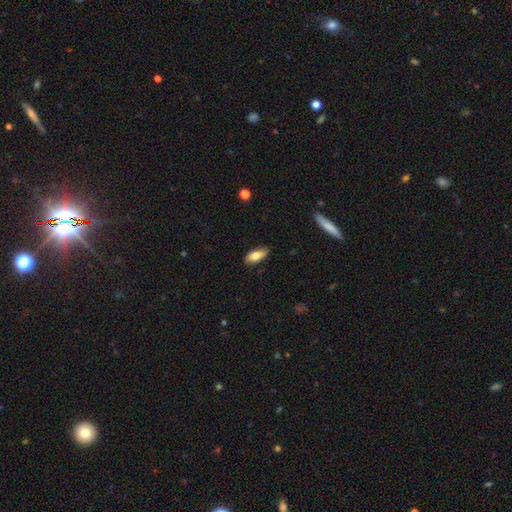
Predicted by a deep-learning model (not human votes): Smooth or featured? smooth (76%)
How rounded? in between (80%)
Merging? none (78%)